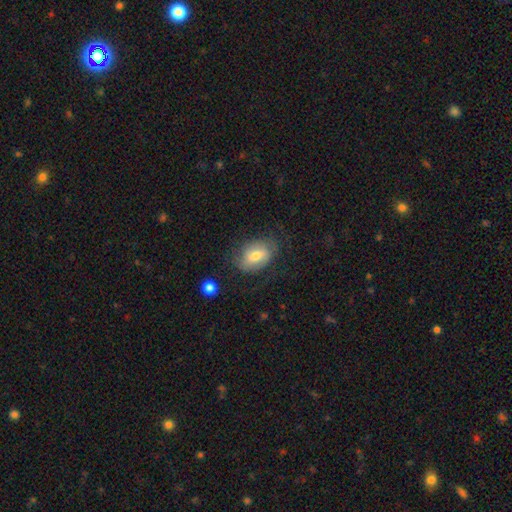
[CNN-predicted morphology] Smooth or featured?
  - smooth: 60% *
  - featured or disk: 32%
  - star or artifact: 8%
How rounded?
  - in between: 79% *
  - round: 19%
  - cigar-shaped: 1%
Merging?
  - none: 64% *
  - minor disturbance: 23%
  - major disturbance: 11%
  - merger: 2%